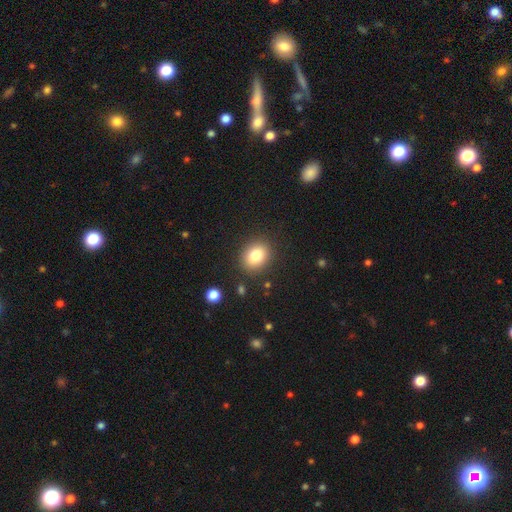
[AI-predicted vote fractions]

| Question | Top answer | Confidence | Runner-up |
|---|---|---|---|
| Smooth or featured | smooth | 81% | star or artifact (10%) |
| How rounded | round | 50% | in between (49%) |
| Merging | none | 87% | minor disturbance (8%) |